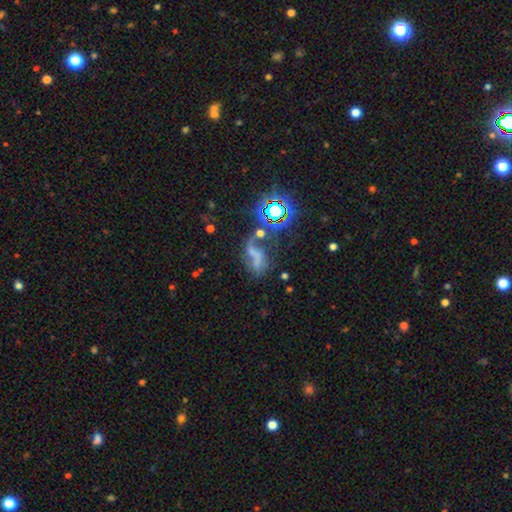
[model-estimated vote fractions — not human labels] The model was most divided on "merging": none: 32%, major disturbance: 30%, merger: 21%, minor disturbance: 17%. Remaining: smooth or featured — featured or disk (42%).